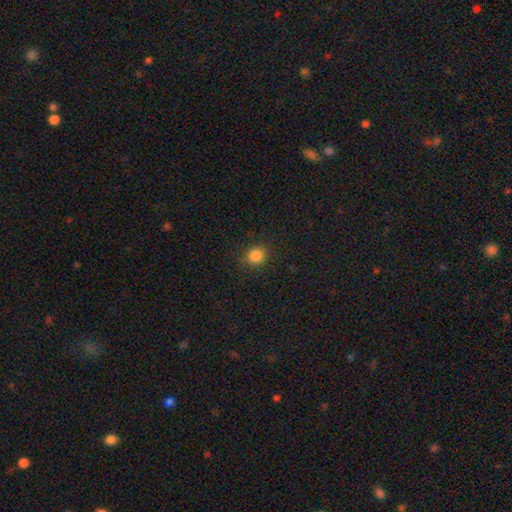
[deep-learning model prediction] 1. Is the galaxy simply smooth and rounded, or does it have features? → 85% smooth, 12% star or artifact, 4% featured or disk.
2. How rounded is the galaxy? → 84% round, 15% in between, 1% cigar-shaped.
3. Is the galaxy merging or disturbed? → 88% none, 8% minor disturbance, 3% major disturbance, 1% merger.